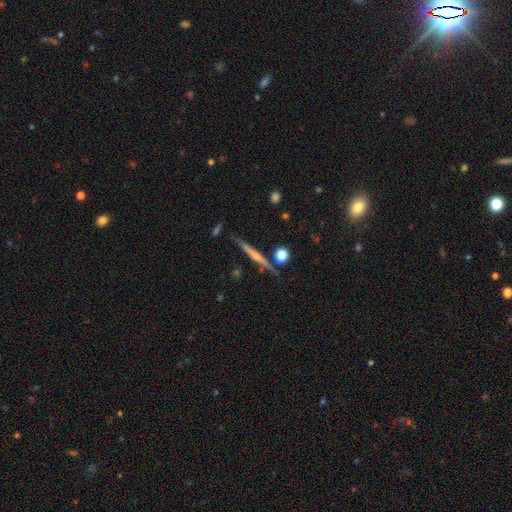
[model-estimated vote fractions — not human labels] Smooth or featured?
  - featured or disk: 66% *
  - smooth: 26%
  - star or artifact: 8%
Edge-on disk?
  - yes: 97% *
  - no: 3%
Edge-on bulge?
  - rounded: 60% *
  - none: 31%
  - boxy: 9%
Merging?
  - none: 83% *
  - minor disturbance: 11%
  - merger: 4%
  - major disturbance: 3%